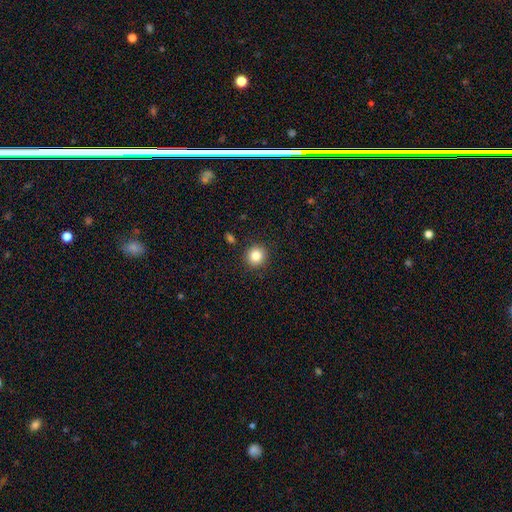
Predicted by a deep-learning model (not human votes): Smooth or featured? Predicted: smooth (p=0.84). How rounded? Predicted: round (p=0.91). Merging? Predicted: none (p=0.90).